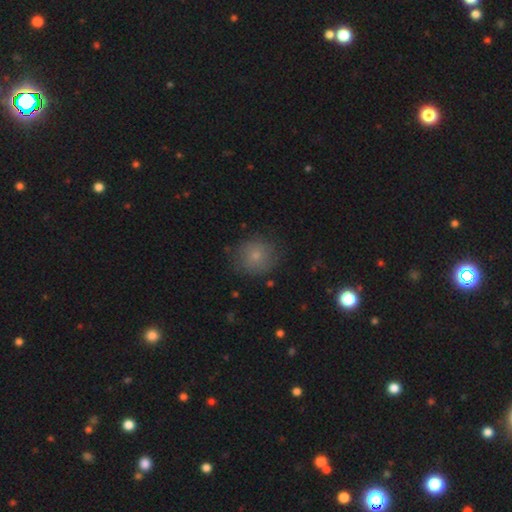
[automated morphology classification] This is likely a smooth galaxy (73%). How rounded: clearly round (86%). Merging: likely none (76%).